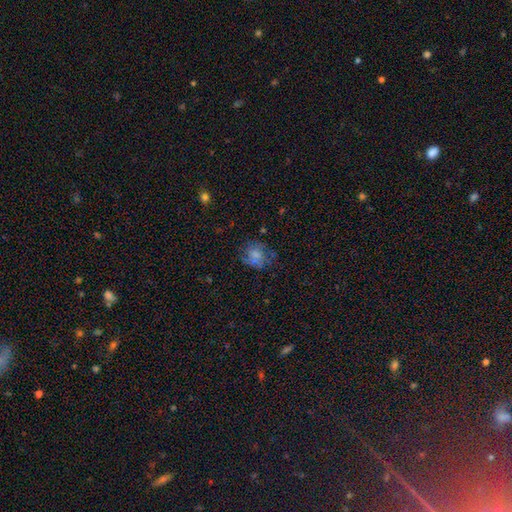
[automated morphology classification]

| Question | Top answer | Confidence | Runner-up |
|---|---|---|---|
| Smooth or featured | smooth | 54% | featured or disk (32%) |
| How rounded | round | 64% | in between (35%) |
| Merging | none | 54% | minor disturbance (24%) |